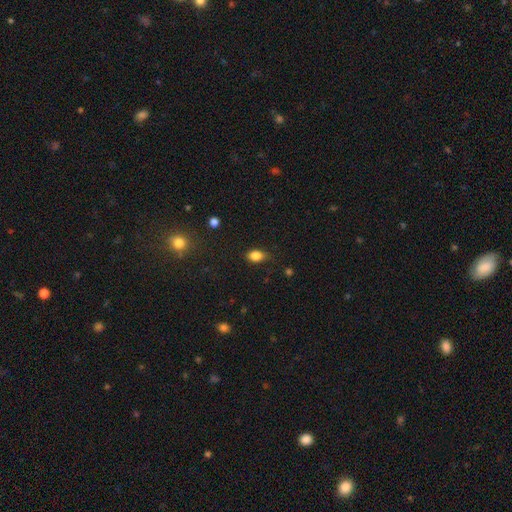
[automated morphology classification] Overall: smooth (85%). How rounded: in between (80%). Merging: none (78%).